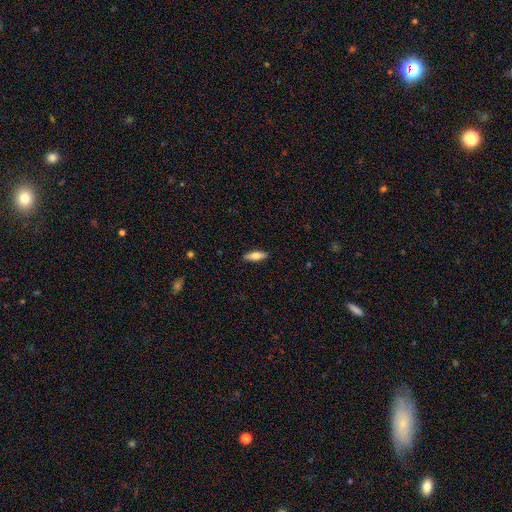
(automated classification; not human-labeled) Smooth or featured? Predicted: smooth (p=0.70). How rounded? Predicted: in between (p=0.51). Merging? Predicted: none (p=0.89).